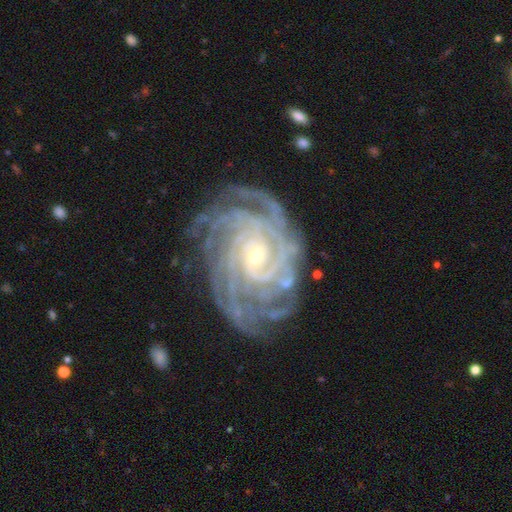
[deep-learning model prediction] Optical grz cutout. It shows a featured or disk galaxy (92%) with no bar (42%, tied with weak), more than 4 (31%) tight (80%) spiral arms (99%) and a small central bulge (71%). Merging: none (77%).